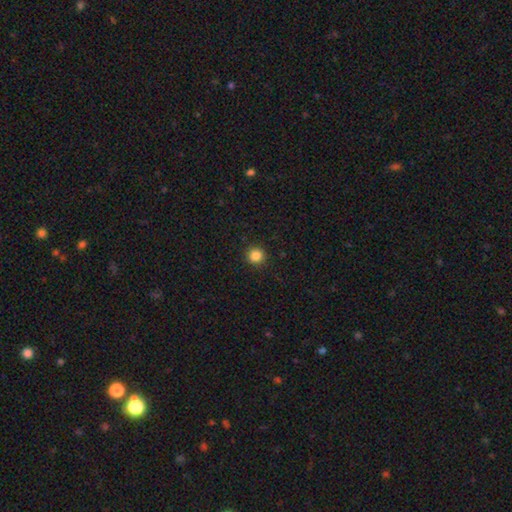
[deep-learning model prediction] The model was most divided on "smooth or featured": smooth: 85%, star or artifact: 11%, featured or disk: 3%. More confident: how rounded — round (94%); merging — none (92%).